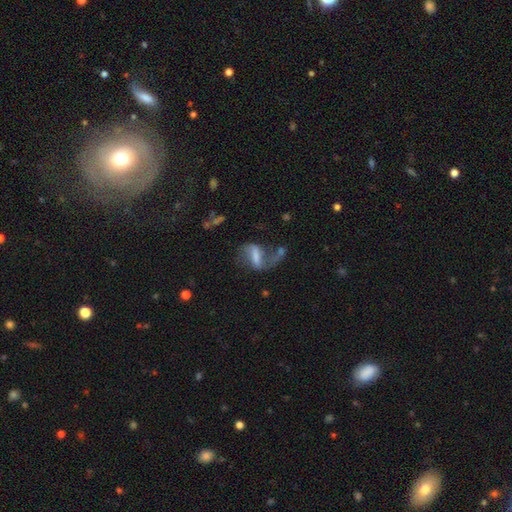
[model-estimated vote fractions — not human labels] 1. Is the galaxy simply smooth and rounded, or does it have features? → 67% featured or disk, 22% smooth, 11% star or artifact.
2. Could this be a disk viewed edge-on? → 94% no, 6% yes.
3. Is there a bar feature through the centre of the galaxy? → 47% strong, 37% weak, 16% no.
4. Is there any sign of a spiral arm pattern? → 81% yes, 19% no.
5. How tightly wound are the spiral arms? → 69% loose, 25% medium, 7% tight.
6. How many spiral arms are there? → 69% 2, 23% 1, 5% can't tell, 1% 3, 1% 4, 1% more than 4.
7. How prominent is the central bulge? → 35% none, 27% small, 26% moderate, 10% large, 2% dominant.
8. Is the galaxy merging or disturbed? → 39% none, 31% major disturbance, 18% minor disturbance, 13% merger.